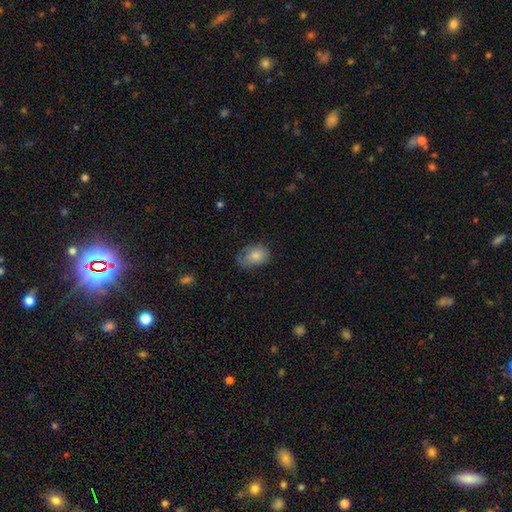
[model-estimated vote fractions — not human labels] Smooth or featured? smooth (79%)
How rounded? in between (77%)
Merging? none (54%)